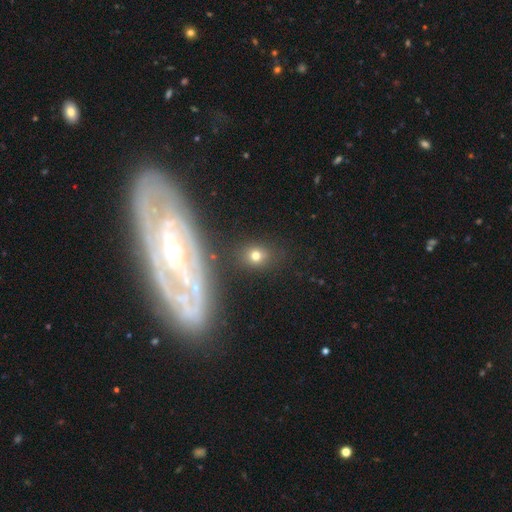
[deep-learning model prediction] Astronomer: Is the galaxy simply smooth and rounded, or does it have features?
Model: smooth — 71%.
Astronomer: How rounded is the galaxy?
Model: round — 69%.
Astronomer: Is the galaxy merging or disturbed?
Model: none — 84%.